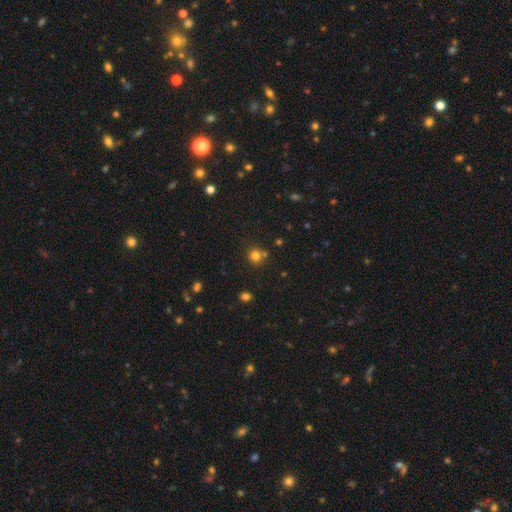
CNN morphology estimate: Smooth or featured? smooth (77%)
How rounded? round (90%)
Merging? none (70%)